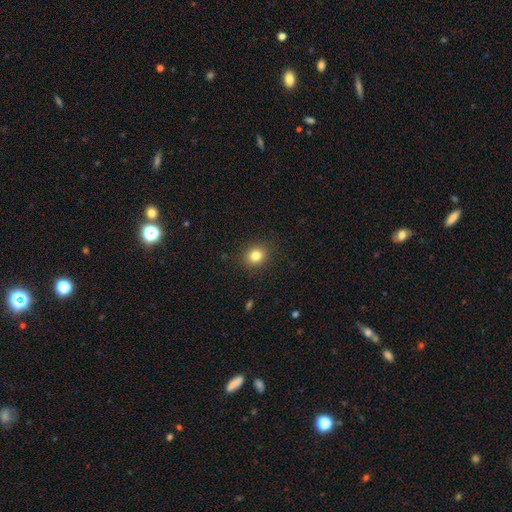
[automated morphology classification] smooth 82%, star or artifact 12%, featured or disk 7%. Down the decision tree: how rounded — round (74%); merging — none (89%).